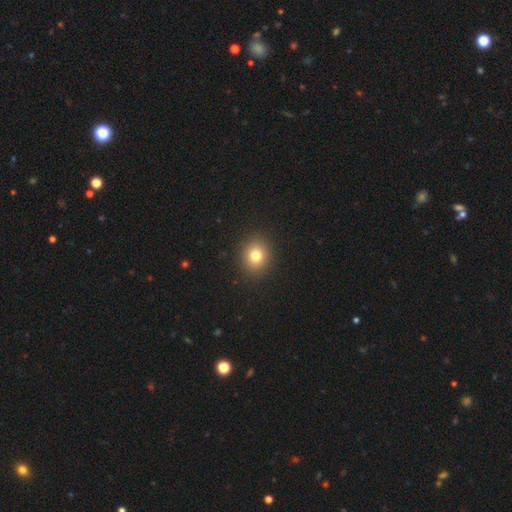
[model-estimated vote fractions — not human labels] smooth_or_featured: smooth (p=0.79) [alt: star or artifact p=0.13]
how_rounded: round (p=0.75) [alt: in between p=0.24]
merging: none (p=0.90) [alt: minor disturbance p=0.06]